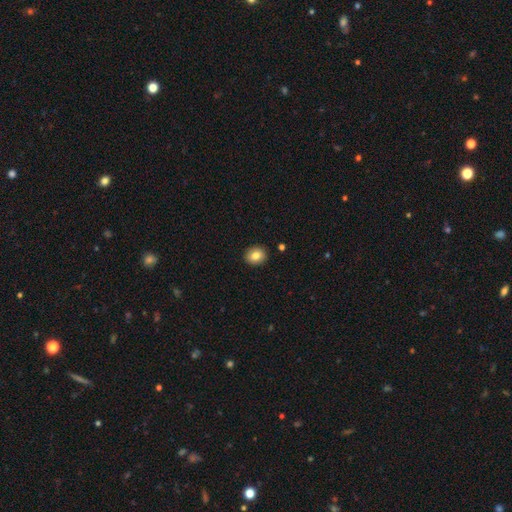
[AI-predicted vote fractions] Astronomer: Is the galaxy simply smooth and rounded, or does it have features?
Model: smooth — 83%.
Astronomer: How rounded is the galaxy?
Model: round — 63%.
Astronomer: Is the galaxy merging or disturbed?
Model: none — 91%.